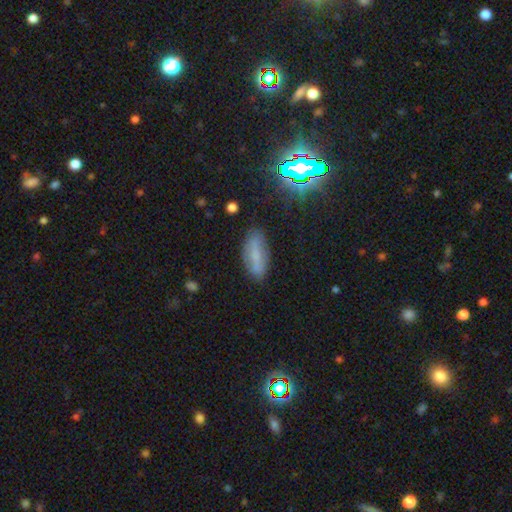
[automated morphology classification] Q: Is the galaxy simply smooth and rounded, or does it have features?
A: smooth — 60%.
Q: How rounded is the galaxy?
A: in between — 70%.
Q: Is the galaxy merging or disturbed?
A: none — 79%.